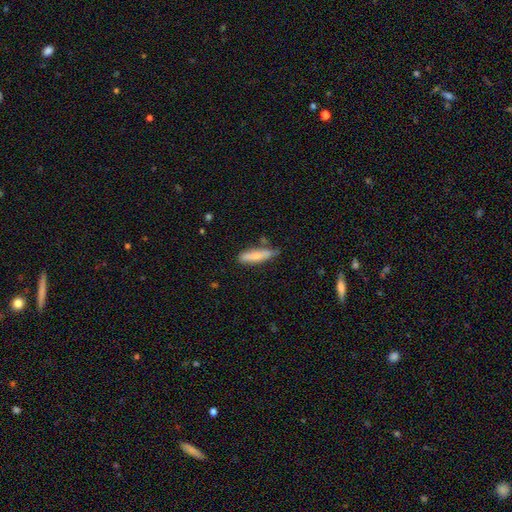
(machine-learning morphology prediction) Smooth or featured?
  - smooth: 76% *
  - featured or disk: 18%
  - star or artifact: 6%
How rounded?
  - cigar-shaped: 78% *
  - in between: 20%
  - round: 2%
Merging?
  - none: 67% *
  - minor disturbance: 23%
  - merger: 6%
  - major disturbance: 4%